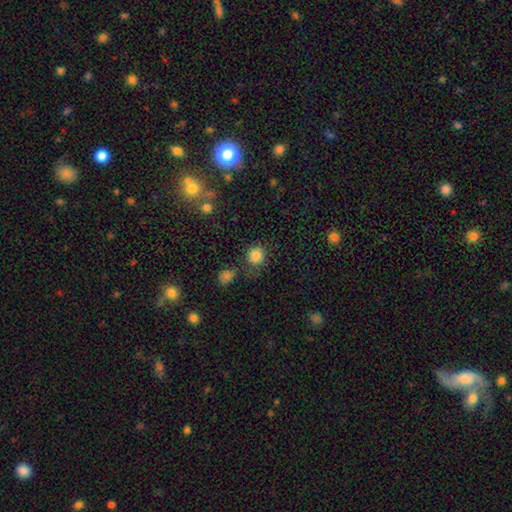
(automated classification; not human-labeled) Smooth or featured?
  - smooth: 84% *
  - star or artifact: 12%
  - featured or disk: 5%
How rounded?
  - round: 88% *
  - in between: 11%
  - cigar-shaped: 1%
Merging?
  - none: 74% *
  - minor disturbance: 13%
  - merger: 8%
  - major disturbance: 5%